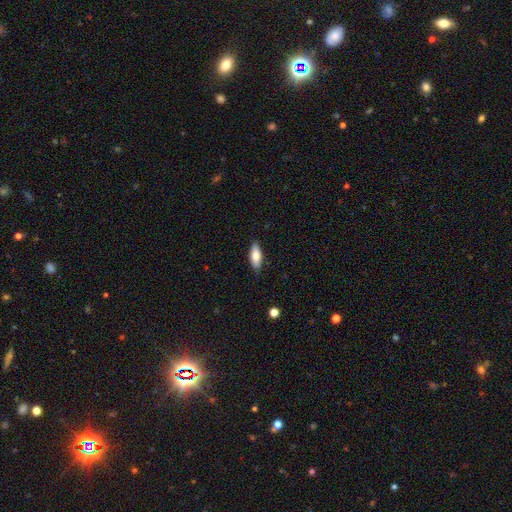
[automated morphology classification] smooth-or-featured: smooth: 76% | featured or disk: 18% | star or artifact: 6%
  how-rounded: in between: 74% | cigar-shaped: 24% | round: 2%
  merging: none: 86% | minor disturbance: 11% | major disturbance: 2% | merger: 1%